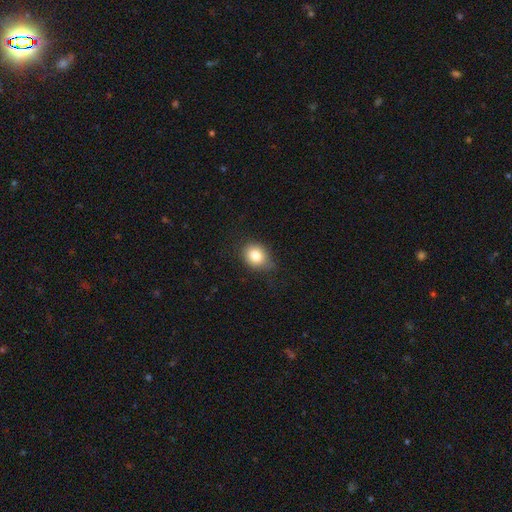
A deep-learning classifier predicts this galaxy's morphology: smooth 81%, star or artifact 10%, featured or disk 9%. Down the decision tree: how rounded — round (55%); merging — none (73%).